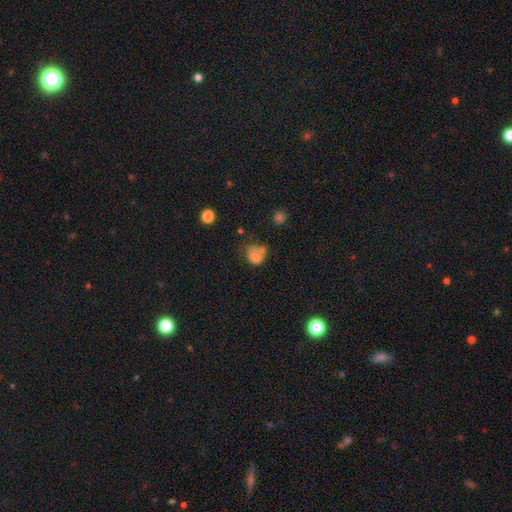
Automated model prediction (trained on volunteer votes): Smooth or featured?
  - smooth: 70% *
  - featured or disk: 18%
  - star or artifact: 12%
How rounded?
  - round: 59% *
  - in between: 40%
  - cigar-shaped: 1%
Merging?
  - none: 33% *
  - merger: 28%
  - minor disturbance: 23%
  - major disturbance: 17%